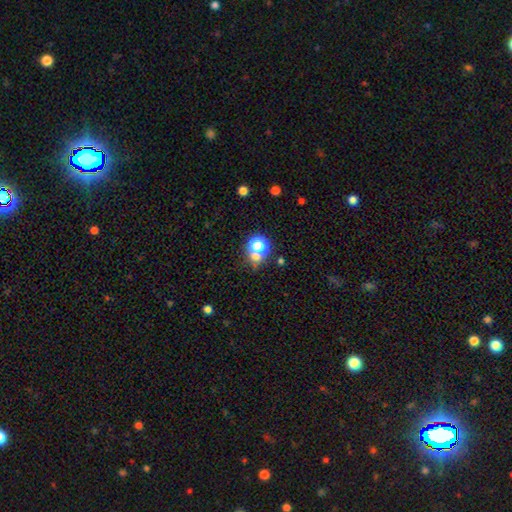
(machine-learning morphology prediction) A smooth galaxy with no disk features (59%) that is round (79%).

Vote fractions:
- Smooth or featured? smooth: 59% / star or artifact: 29% / featured or disk: 12%
- How rounded? round: 79% / in between: 20% / cigar-shaped: 1%
- Merging? none: 51% / merger: 34% / minor disturbance: 9% / major disturbance: 6%